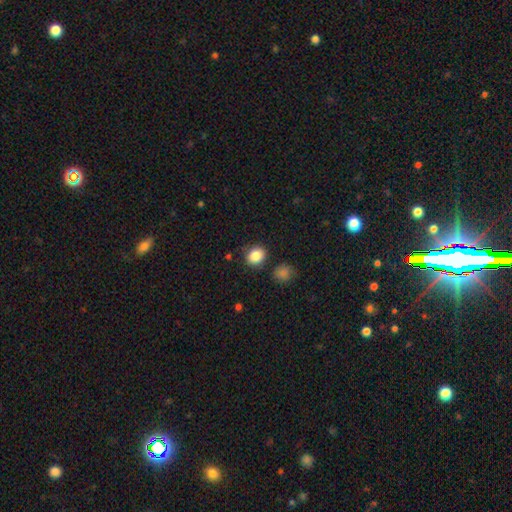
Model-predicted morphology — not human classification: smooth_or_featured: smooth (p=0.86) [alt: star or artifact p=0.09]
how_rounded: round (p=0.60) [alt: in between p=0.39]
merging: none (p=0.83) [alt: minor disturbance p=0.10]